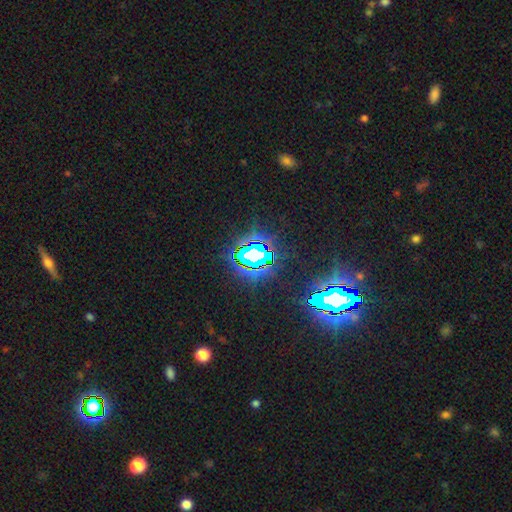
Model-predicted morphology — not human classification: Smooth or featured? star or artifact (83%)